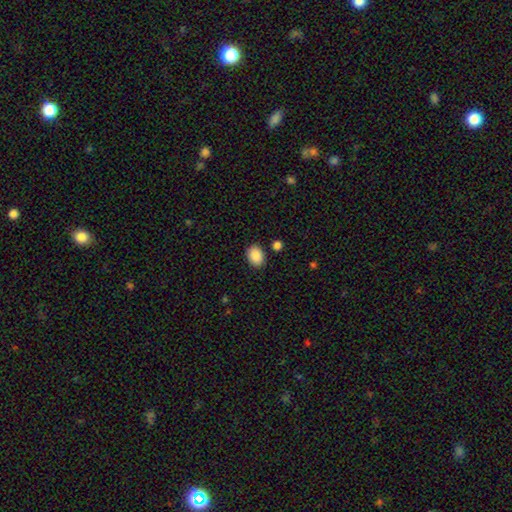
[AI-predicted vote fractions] This is clearly a smooth galaxy (89%). How rounded: likely in between (69%). Merging: clearly none (86%).